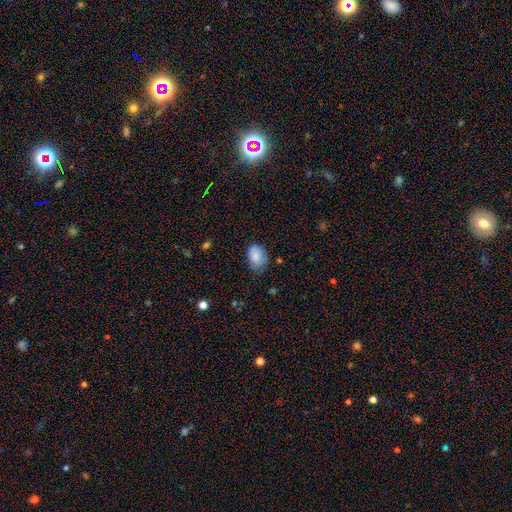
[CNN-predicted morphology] This is clearly a smooth galaxy (84%). How rounded: likely in between (74%). Merging: possibly none (59%).